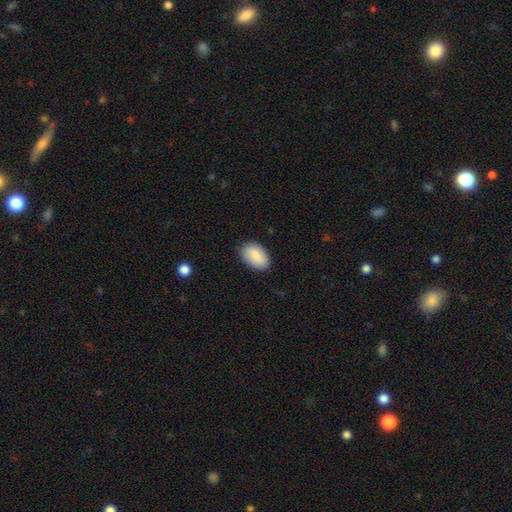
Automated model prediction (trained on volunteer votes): Smooth or featured?
  - smooth: 88% *
  - star or artifact: 6%
  - featured or disk: 6%
How rounded?
  - in between: 91% *
  - round: 7%
  - cigar-shaped: 1%
Merging?
  - none: 84% *
  - minor disturbance: 13%
  - major disturbance: 3%
  - merger: 1%